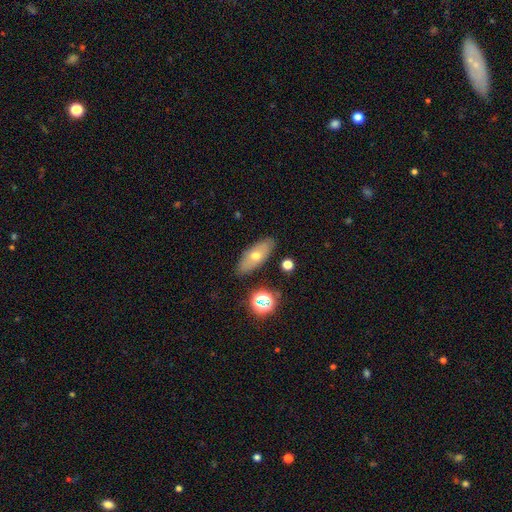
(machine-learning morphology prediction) The model was most divided on "smooth or featured": smooth: 57%, featured or disk: 34%, star or artifact: 10%. More confident: merging — none (85%); how rounded — in between (76%).